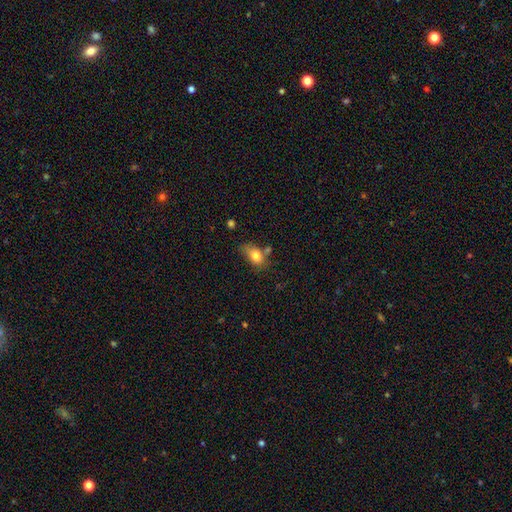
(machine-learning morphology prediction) Smooth or featured?
  - smooth: 78% *
  - featured or disk: 13%
  - star or artifact: 9%
How rounded?
  - in between: 81% *
  - round: 16%
  - cigar-shaped: 3%
Merging?
  - none: 50% *
  - minor disturbance: 26%
  - merger: 15%
  - major disturbance: 9%